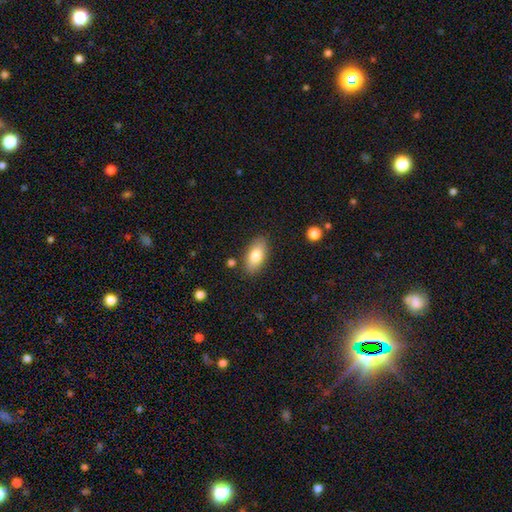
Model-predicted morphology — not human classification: Smooth or featured?
  - smooth: 79% *
  - featured or disk: 15%
  - star or artifact: 7%
How rounded?
  - in between: 87% *
  - cigar-shaped: 9%
  - round: 3%
Merging?
  - none: 84% *
  - minor disturbance: 11%
  - major disturbance: 3%
  - merger: 2%